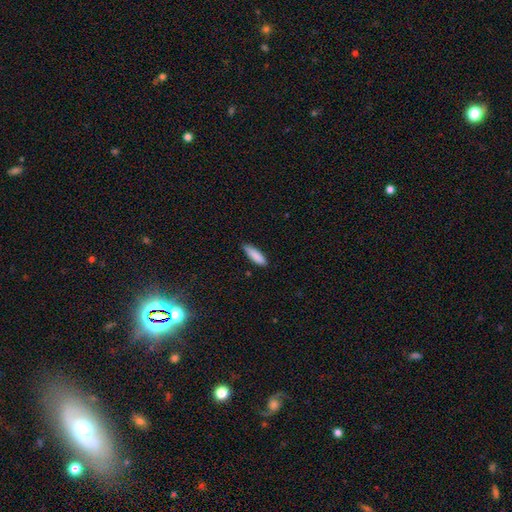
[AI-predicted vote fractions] Q: Smooth or featured?
A: smooth (88%); runner-up: star or artifact (6%)
Q: How rounded?
A: cigar-shaped (57%); runner-up: in between (42%)
Q: Merging?
A: none (81%); runner-up: minor disturbance (15%)